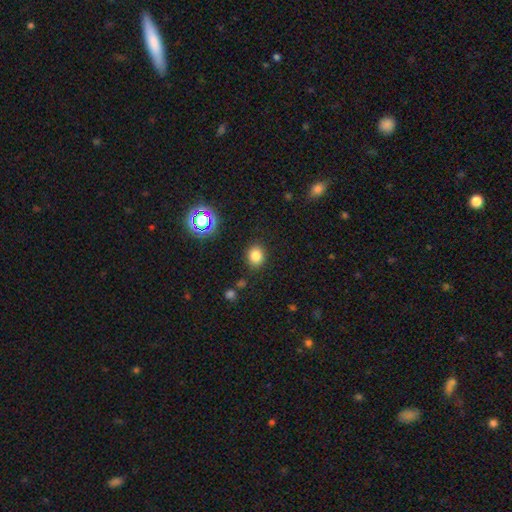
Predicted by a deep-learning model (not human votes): smooth_or_featured: smooth (p=0.80) [alt: star or artifact p=0.14]
how_rounded: round (p=0.65) [alt: in between p=0.34]
merging: none (p=0.86) [alt: minor disturbance p=0.09]